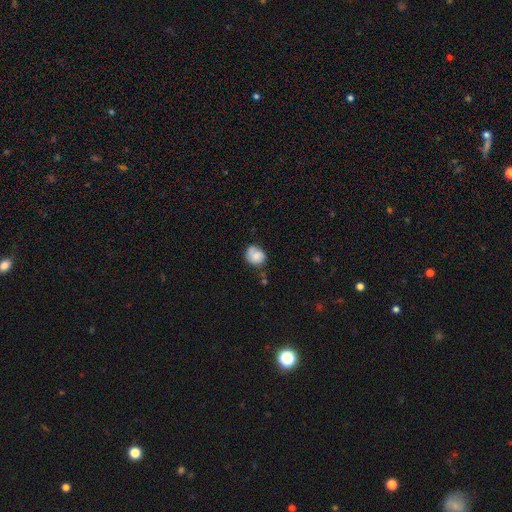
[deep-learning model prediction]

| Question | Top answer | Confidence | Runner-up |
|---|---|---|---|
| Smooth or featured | smooth | 66% | featured or disk (26%) |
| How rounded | round | 68% | in between (31%) |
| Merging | none | 52% | minor disturbance (32%) |